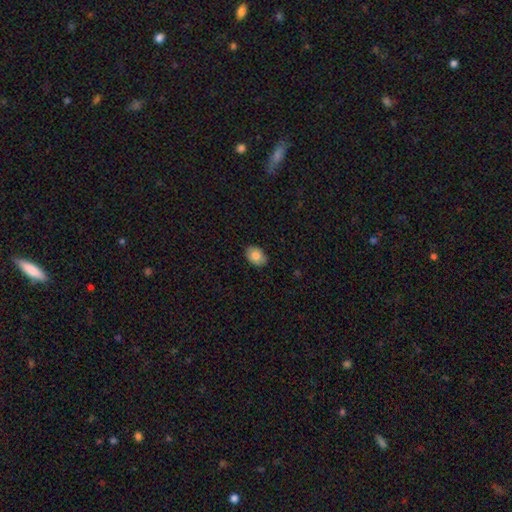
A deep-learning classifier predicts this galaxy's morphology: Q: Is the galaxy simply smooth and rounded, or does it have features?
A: smooth — 80%.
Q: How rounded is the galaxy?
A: in between — 78%.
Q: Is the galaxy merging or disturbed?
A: none — 87%.